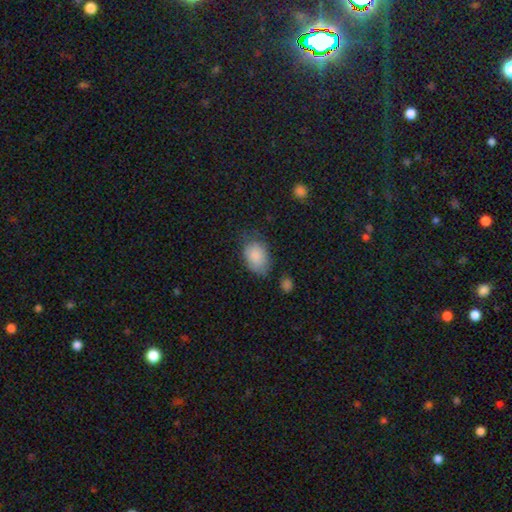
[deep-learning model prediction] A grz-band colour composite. It shows a smooth galaxy with no disk features (86%) that is in between round and cigar-shaped (84%). Merging: none (59%).